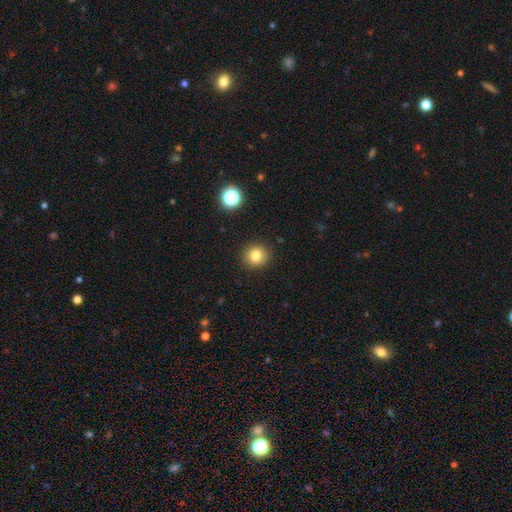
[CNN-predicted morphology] smooth_or_featured: smooth (p=0.82) [alt: star or artifact p=0.12]
how_rounded: round (p=0.89) [alt: in between p=0.10]
merging: none (p=0.90) [alt: minor disturbance p=0.07]